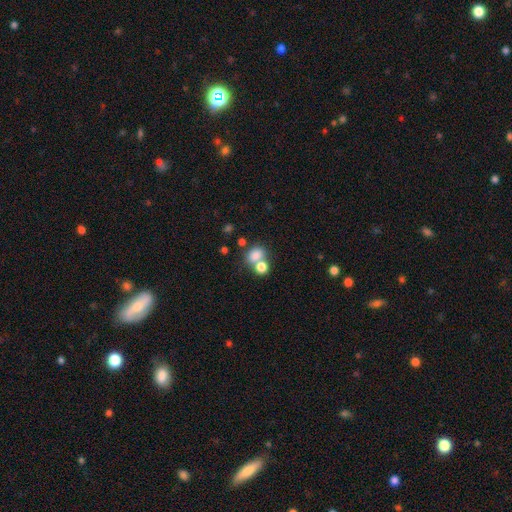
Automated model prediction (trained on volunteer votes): A smooth galaxy with no disk features (78%) that is round (51%).

Vote fractions:
- Smooth or featured? smooth: 78% / star or artifact: 12% / featured or disk: 9%
- How rounded? round: 51% / in between: 48% / cigar-shaped: 1%
- Merging? merger: 46% / none: 40% / minor disturbance: 9% / major disturbance: 5%